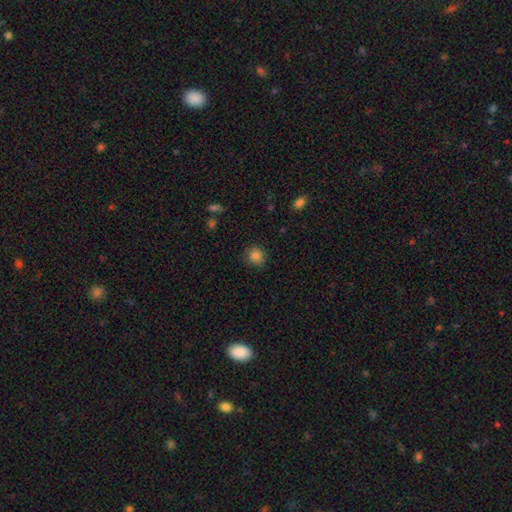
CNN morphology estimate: smooth-or-featured: smooth: 83% | star or artifact: 11% | featured or disk: 6%
  how-rounded: round: 89% | in between: 10% | cigar-shaped: 1%
  merging: none: 85% | minor disturbance: 10% | major disturbance: 3% | merger: 1%